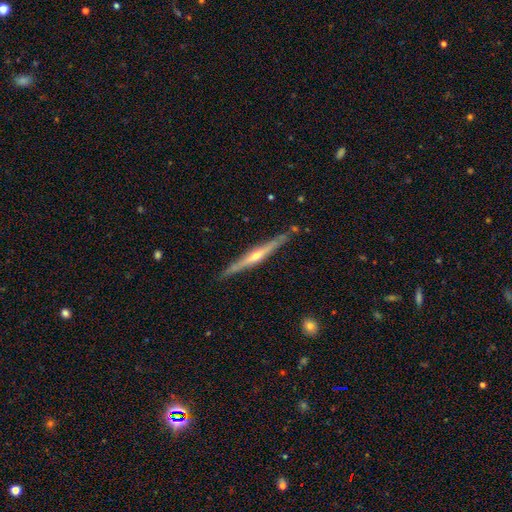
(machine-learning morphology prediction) The model was most divided on "smooth or featured": featured or disk: 80%, smooth: 14%, star or artifact: 6%. More confident: edge-on disk — yes (98%); merging — none (88%); edge-on bulge — rounded (85%).